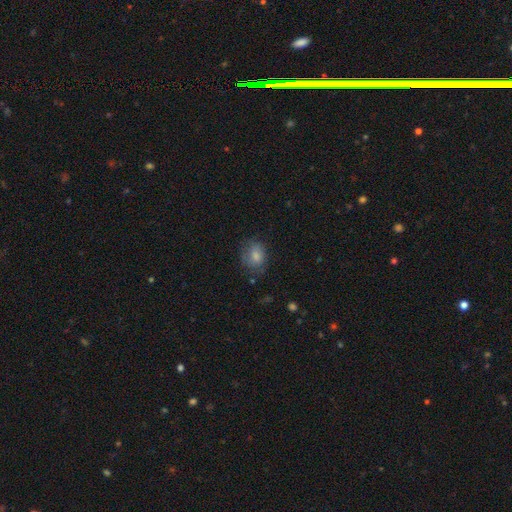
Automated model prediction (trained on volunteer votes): smooth 78%, featured or disk 13%, star or artifact 9%. Down the decision tree: how rounded — in between (58%); merging — none (63%).